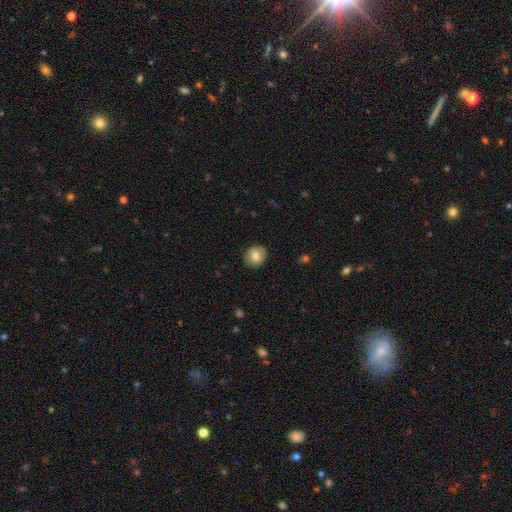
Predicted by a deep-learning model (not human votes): This is likely a smooth galaxy (79%). How rounded: likely round (79%). Merging: clearly none (88%).